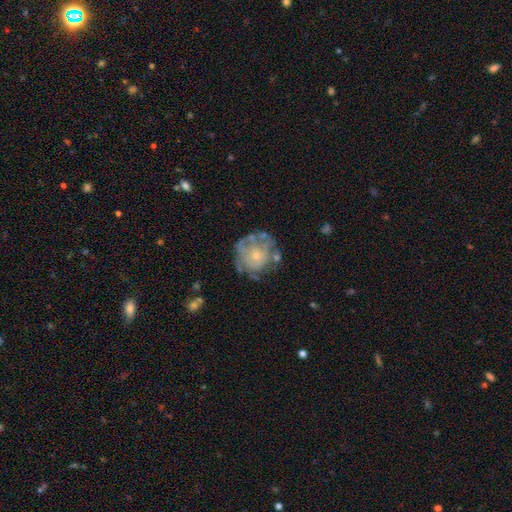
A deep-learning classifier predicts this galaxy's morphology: A featured or disk galaxy (62%) with no bar (86%), no spiral arms (58%) and a small central bulge (55%).

Vote fractions:
- Smooth or featured? featured or disk: 62% / smooth: 30% / star or artifact: 8%
- Edge-on disk? no: 98% / yes: 2%
- Bar? no: 86% / weak: 12% / strong: 2%
- Spiral arms? no: 58% / yes: 42%
- Bulge size? small: 55% / moderate: 35% / none: 6% / large: 2% / dominant: 1%
- Merging? none: 53% / minor disturbance: 24% / major disturbance: 17% / merger: 6%